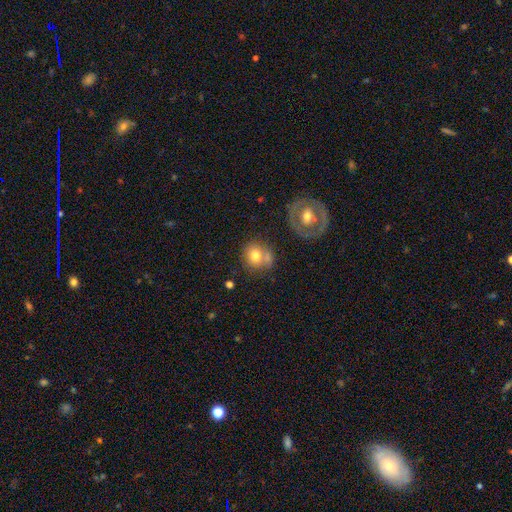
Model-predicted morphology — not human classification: The model was most divided on "merging": none: 51%, merger: 27%, minor disturbance: 15%, major disturbance: 7%. More confident: how rounded — round (81%); smooth or featured — smooth (71%).